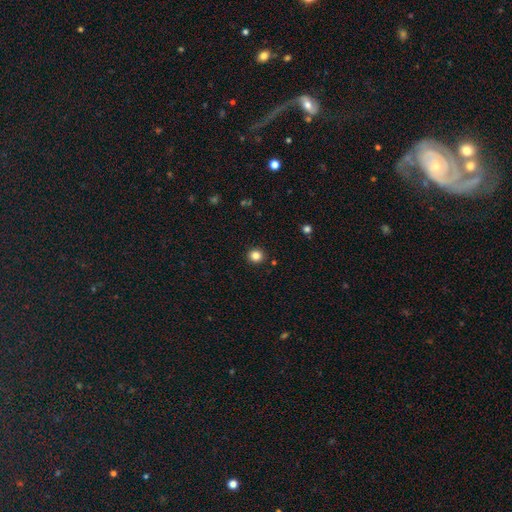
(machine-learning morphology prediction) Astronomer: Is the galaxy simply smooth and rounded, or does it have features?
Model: smooth — 84%.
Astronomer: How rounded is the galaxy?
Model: round — 91%.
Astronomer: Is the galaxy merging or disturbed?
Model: none — 92%.